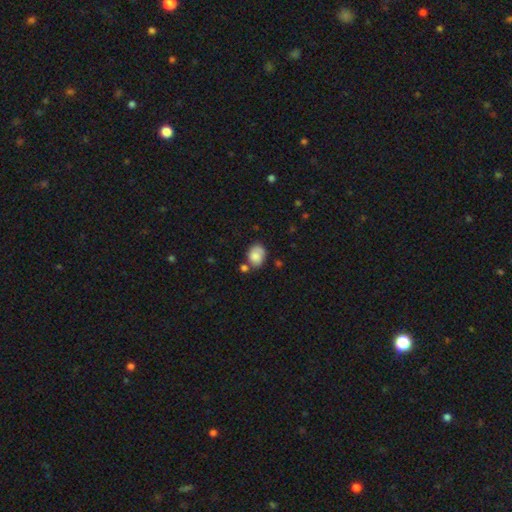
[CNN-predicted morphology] Smooth or featured? smooth (77%)
How rounded? in between (62%)
Merging? none (55%)